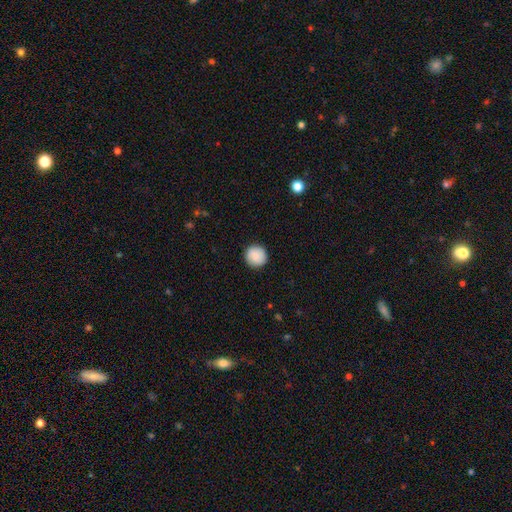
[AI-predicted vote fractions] Smooth or featured? smooth (88%)
How rounded? round (95%)
Merging? none (91%)